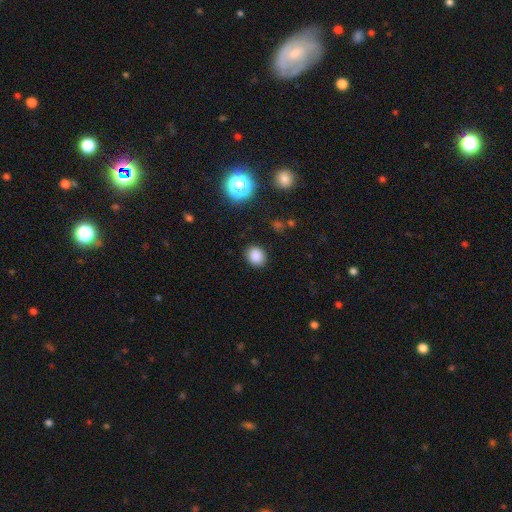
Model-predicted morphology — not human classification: Smooth or featured? smooth (84%)
How rounded? round (67%)
Merging? none (87%)